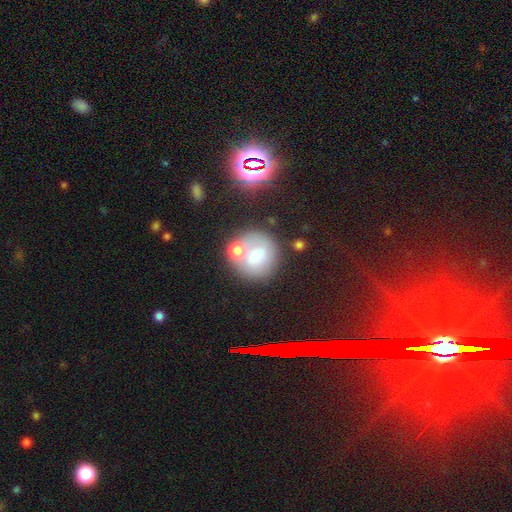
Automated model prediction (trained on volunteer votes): Smooth or featured: smooth — 64% (featured or disk — 24%)
How rounded: round — 85% (in between — 14%)
Merging: none — 52% (merger — 26%)